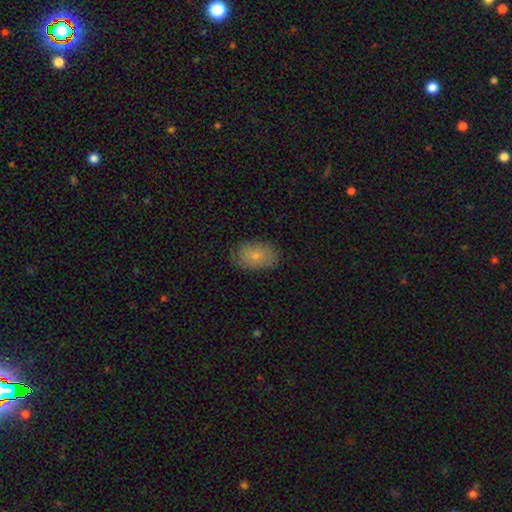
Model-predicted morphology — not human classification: A smooth galaxy with no disk features (74%) that is in between round and cigar-shaped (86%).

Vote fractions:
- Smooth or featured? smooth: 74% / featured or disk: 19% / star or artifact: 7%
- How rounded? in between: 86% / round: 12% / cigar-shaped: 1%
- Merging? none: 75% / minor disturbance: 19% / major disturbance: 5% / merger: 1%